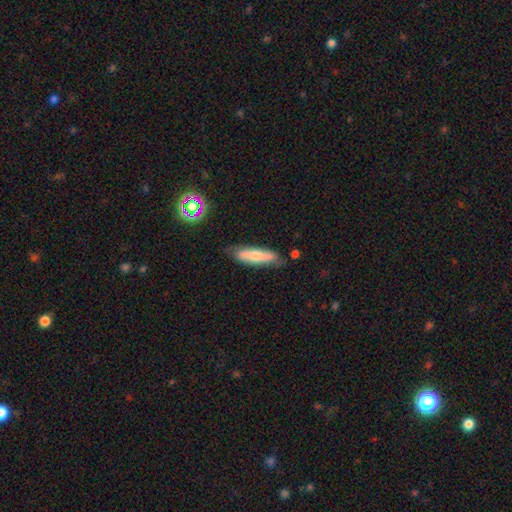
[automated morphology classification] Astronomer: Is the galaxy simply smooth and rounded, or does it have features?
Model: smooth — 60%.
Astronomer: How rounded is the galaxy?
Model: cigar-shaped — 69%.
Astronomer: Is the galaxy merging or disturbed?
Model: none — 71%.